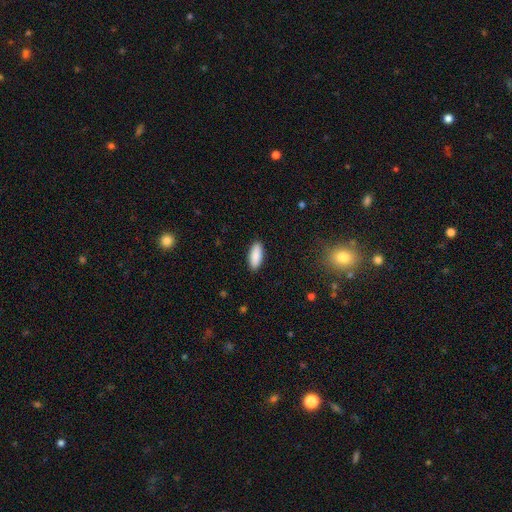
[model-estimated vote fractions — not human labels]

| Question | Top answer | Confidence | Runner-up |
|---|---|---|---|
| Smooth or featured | smooth | 90% | star or artifact (6%) |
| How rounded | in between | 77% | cigar-shaped (21%) |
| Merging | none | 90% | minor disturbance (7%) |